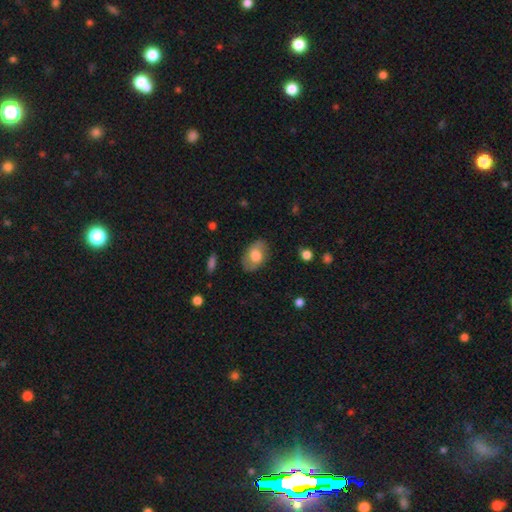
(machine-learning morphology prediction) The model was most divided on "smooth or featured": smooth: 59%, featured or disk: 34%, star or artifact: 7%. More confident: how rounded — in between (86%); merging — none (79%).